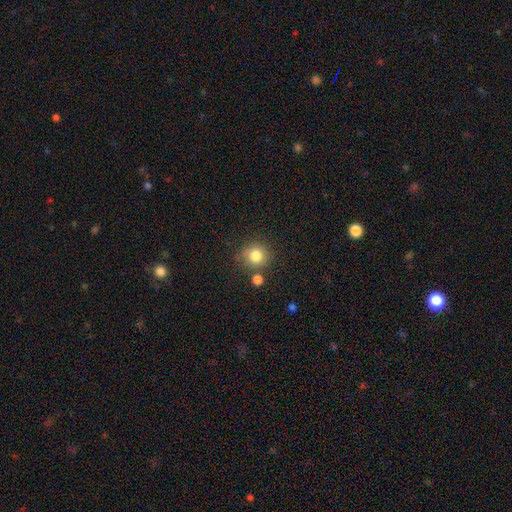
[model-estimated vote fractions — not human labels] Smooth or featured: smooth — 81% (star or artifact — 12%)
How rounded: round — 88% (in between — 11%)
Merging: none — 75% (minor disturbance — 12%)